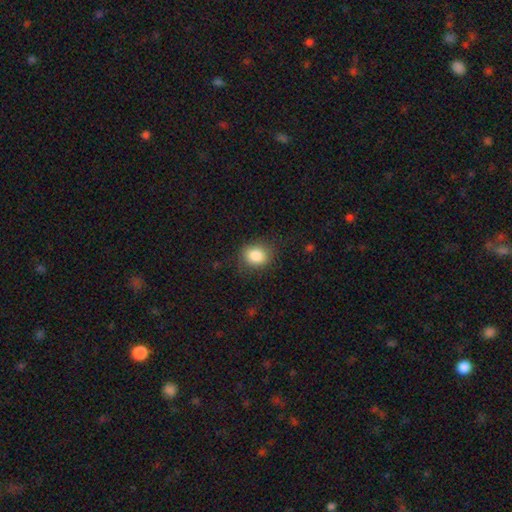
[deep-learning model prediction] Smooth or featured?
  - smooth: 85% *
  - star or artifact: 9%
  - featured or disk: 6%
How rounded?
  - round: 61% *
  - in between: 38%
  - cigar-shaped: 1%
Merging?
  - none: 81% *
  - minor disturbance: 14%
  - major disturbance: 4%
  - merger: 1%